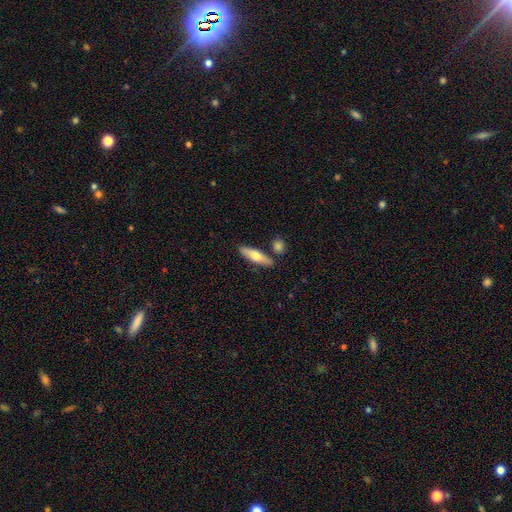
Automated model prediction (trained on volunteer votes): Smooth or featured: smooth — 63% (featured or disk — 32%)
How rounded: cigar-shaped — 57% (in between — 41%)
Merging: none — 81% (minor disturbance — 10%)